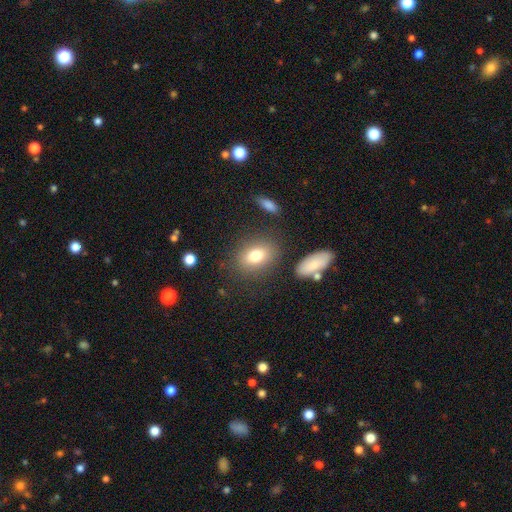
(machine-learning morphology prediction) type=smooth (78%); roundness=in between (68%); merging=none (79%).